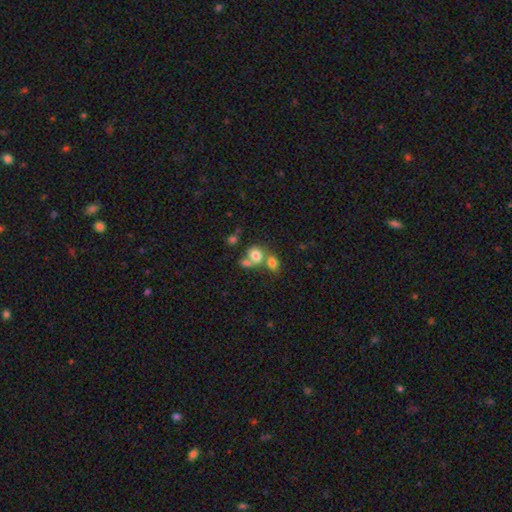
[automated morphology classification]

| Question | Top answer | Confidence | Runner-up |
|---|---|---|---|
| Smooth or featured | smooth | 75% | featured or disk (13%) |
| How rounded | round | 57% | in between (42%) |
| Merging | merger | 50% | none (34%) |